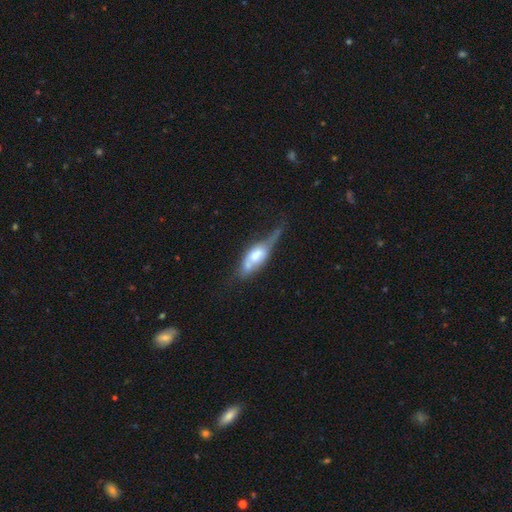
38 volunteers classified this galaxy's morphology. This appears to be a featured or disk galaxy (61%) viewed edge-on (83%) with a rounded central bulge (63%). Merging: minor disturbance (33%).